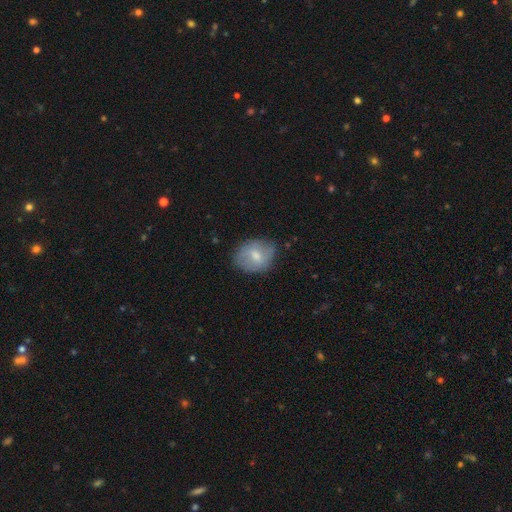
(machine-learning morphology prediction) smooth_or_featured: smooth (p=0.59) [alt: featured or disk p=0.34]
how_rounded: in between (p=0.51) [alt: round p=0.48]
merging: none (p=0.68) [alt: minor disturbance p=0.25]